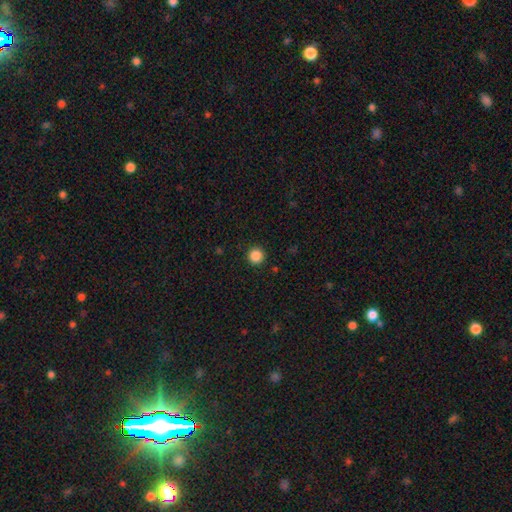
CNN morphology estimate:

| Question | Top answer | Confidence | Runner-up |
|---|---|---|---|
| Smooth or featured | smooth | 87% | star or artifact (11%) |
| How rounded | round | 96% | in between (3%) |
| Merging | none | 93% | minor disturbance (5%) |